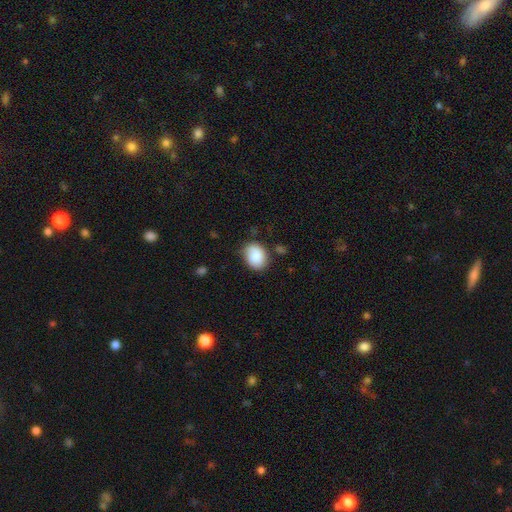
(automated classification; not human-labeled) Q: Smooth or featured?
A: smooth (85%); runner-up: featured or disk (8%)
Q: How rounded?
A: in between (60%); runner-up: round (39%)
Q: Merging?
A: none (68%); runner-up: minor disturbance (23%)